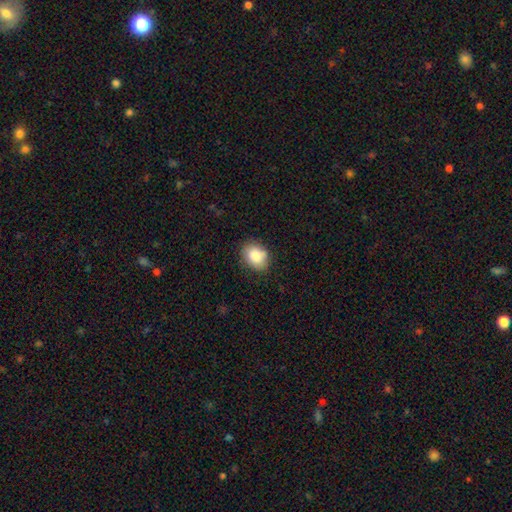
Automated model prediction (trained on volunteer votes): Morphology: type=smooth (85%); roundness=in between (64%); merging=none (79%).